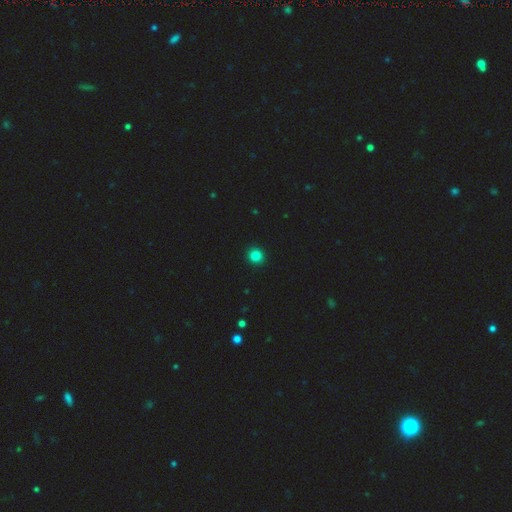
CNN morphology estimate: smooth 83%, star or artifact 13%, featured or disk 4%. Down the decision tree: how rounded — round (90%); merging — none (93%).